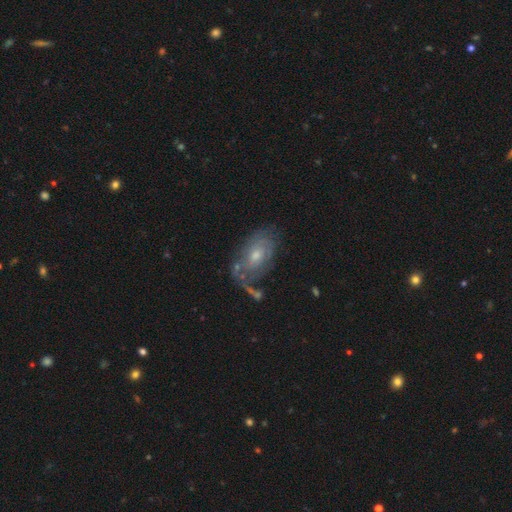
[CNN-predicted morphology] This appears to be a featured or disk galaxy (66%) with no bar (74%), spiral arms (73%) and a moderate central bulge (56%). Merging: none (46%).